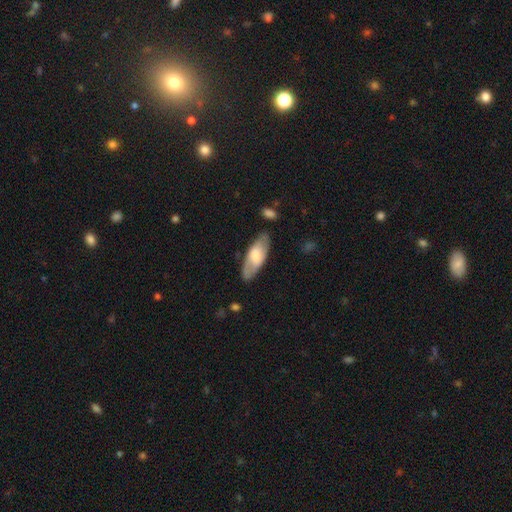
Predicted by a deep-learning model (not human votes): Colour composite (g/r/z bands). It shows a smooth galaxy with no disk features (56%) that is in between round and cigar-shaped (76%). Merging: none (80%).